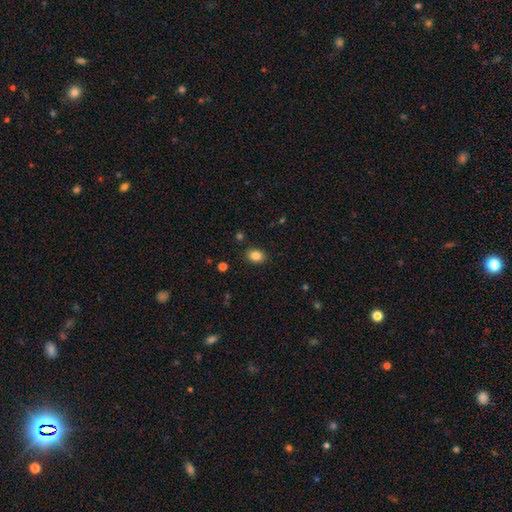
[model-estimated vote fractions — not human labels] smooth 86%, star or artifact 10%, featured or disk 5%. Down the decision tree: how rounded — in between (75%); merging — none (88%).